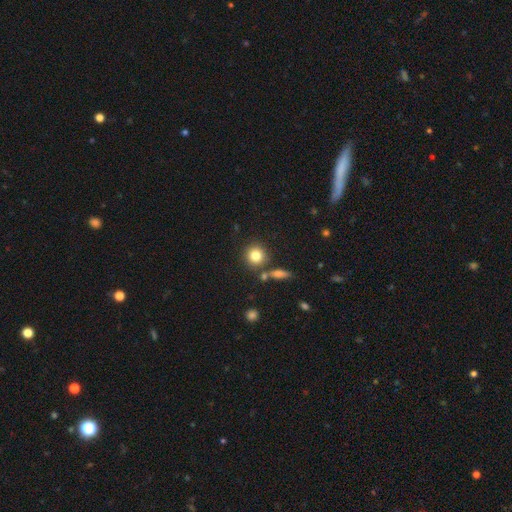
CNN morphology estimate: This appears to be a smooth galaxy with no disk features (81%) that is round (89%). Merging: none (77%).